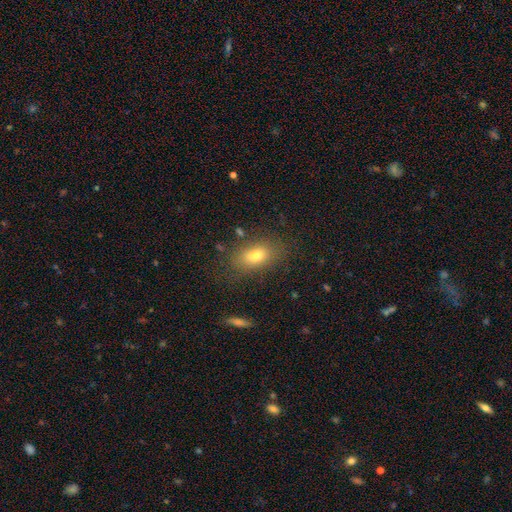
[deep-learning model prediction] A smooth galaxy with no disk features (74%) that is in between round and cigar-shaped (82%). Merging: none (80%).